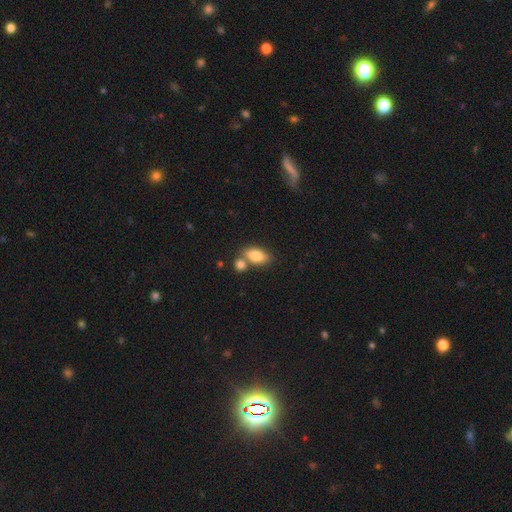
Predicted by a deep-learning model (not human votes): Q: Smooth or featured?
A: smooth (81%); runner-up: featured or disk (12%)
Q: How rounded?
A: in between (86%); runner-up: cigar-shaped (7%)
Q: Merging?
A: none (54%); runner-up: merger (31%)